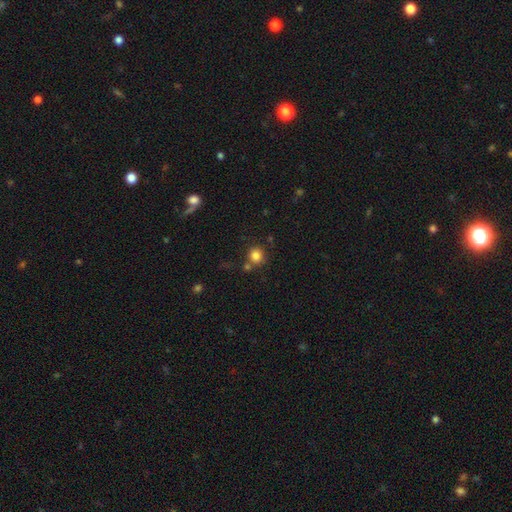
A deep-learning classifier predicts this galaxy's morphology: A smooth galaxy with no disk features (83%) that is round (89%). Merging: none (73%).